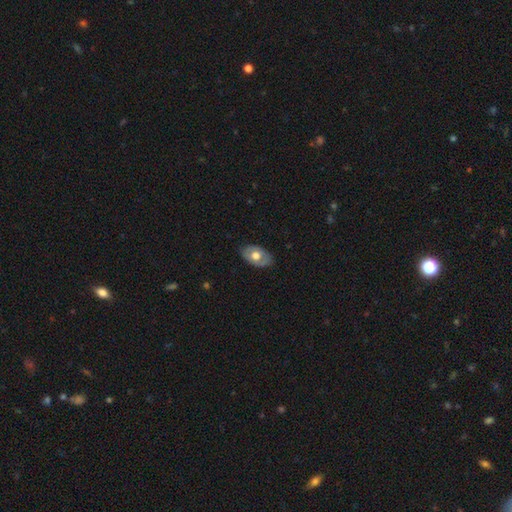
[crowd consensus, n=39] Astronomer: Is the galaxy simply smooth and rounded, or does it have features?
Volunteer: featured or disk — 51% (runner-up: smooth, 38%).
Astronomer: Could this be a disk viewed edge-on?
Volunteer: no — 90%.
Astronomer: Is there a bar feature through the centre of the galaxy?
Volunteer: no — 94%.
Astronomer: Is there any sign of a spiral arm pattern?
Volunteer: no — 100%.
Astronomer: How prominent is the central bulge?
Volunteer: moderate — 67%.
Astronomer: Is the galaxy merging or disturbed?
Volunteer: none — 74%.